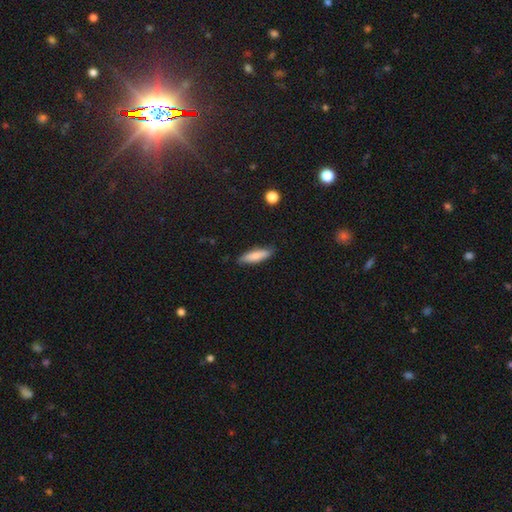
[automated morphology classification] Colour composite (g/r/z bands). It shows a smooth galaxy with no disk features (79%) that is cigar-shaped (66%). Merging: none (85%).